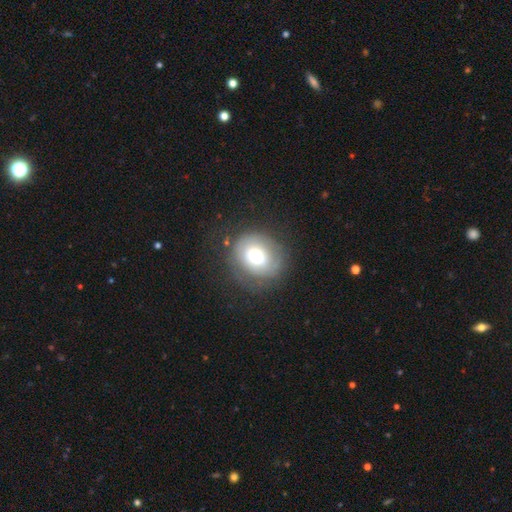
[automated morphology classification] A smooth galaxy with no disk features (61%) that is round (78%).

Vote fractions:
- Smooth or featured? smooth: 61% / featured or disk: 29% / star or artifact: 9%
- How rounded? round: 78% / in between: 21% / cigar-shaped: 1%
- Merging? none: 68% / minor disturbance: 19% / major disturbance: 12% / merger: 2%